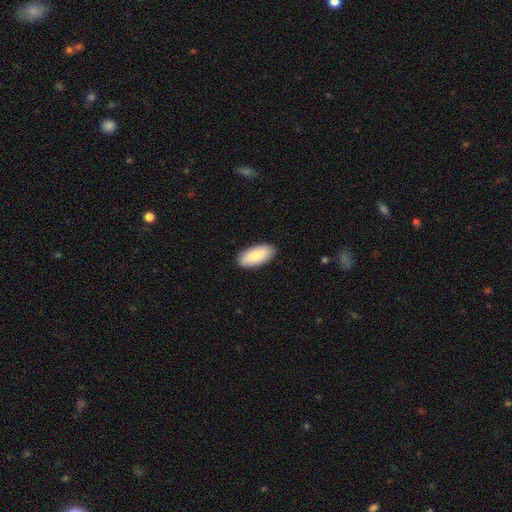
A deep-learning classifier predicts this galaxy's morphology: Overall: smooth (84%). How rounded: in between (90%). Merging: none (90%).